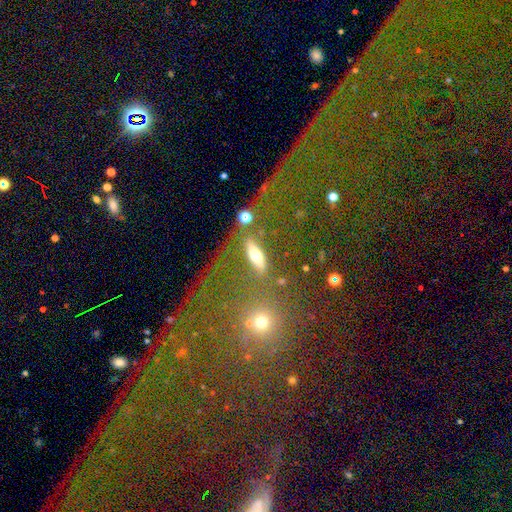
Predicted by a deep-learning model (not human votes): Smooth or featured: smooth — 50% (featured or disk — 37%)
How rounded: in between — 48% (cigar-shaped — 42%)
Merging: none — 67% (minor disturbance — 15%)